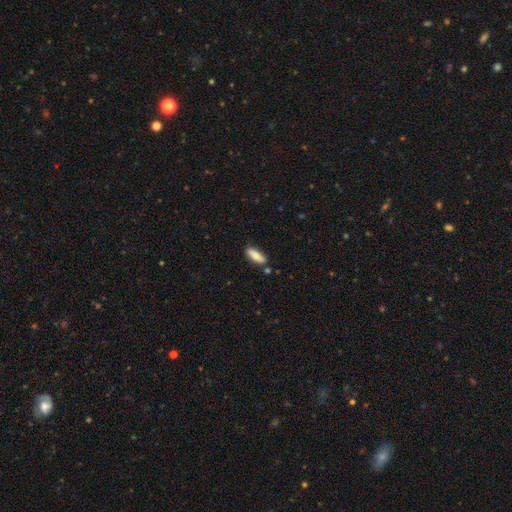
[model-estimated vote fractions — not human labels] smooth 75%, featured or disk 19%, star or artifact 7%. Down the decision tree: how rounded — in between (69%); merging — none (77%).